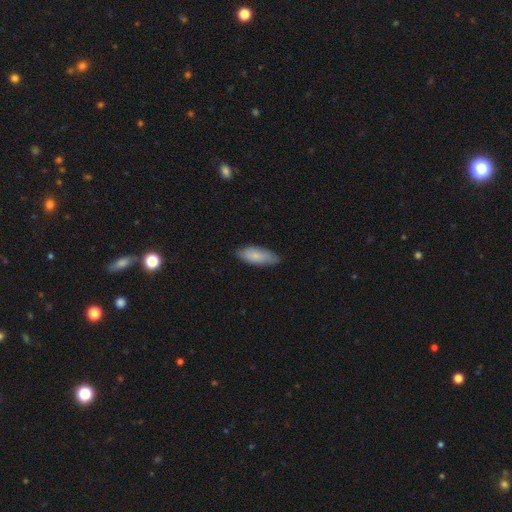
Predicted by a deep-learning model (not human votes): Smooth or featured?
  - smooth: 82% *
  - featured or disk: 12%
  - star or artifact: 5%
How rounded?
  - in between: 74% *
  - cigar-shaped: 24%
  - round: 2%
Merging?
  - none: 77% *
  - minor disturbance: 20%
  - major disturbance: 3%
  - merger: 1%